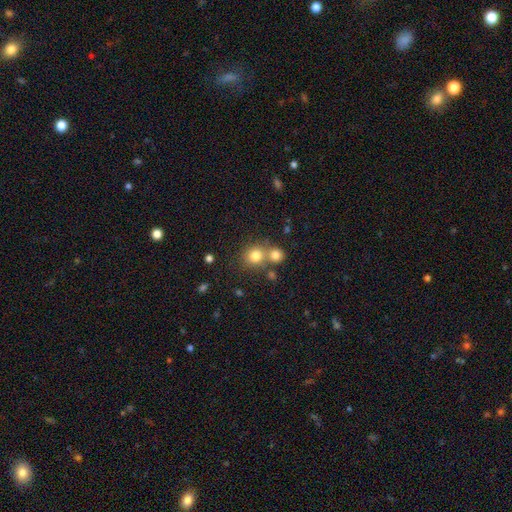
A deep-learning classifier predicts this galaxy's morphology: This is likely a smooth galaxy (78%). How rounded: clearly round (86%). Merging: possibly none (55%).